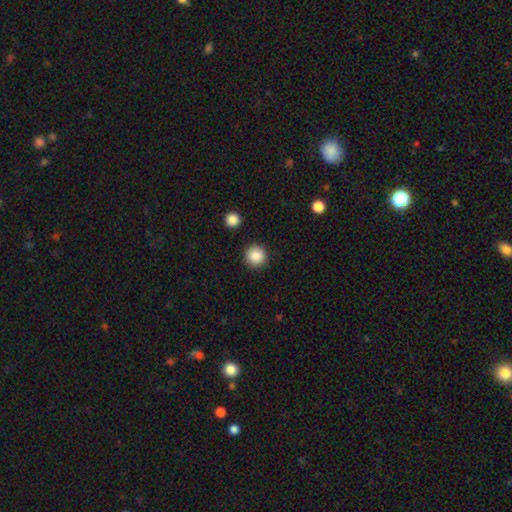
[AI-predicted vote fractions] Q: Smooth or featured?
A: smooth (88%); runner-up: star or artifact (9%)
Q: How rounded?
A: round (95%); runner-up: in between (4%)
Q: Merging?
A: none (90%); runner-up: minor disturbance (6%)